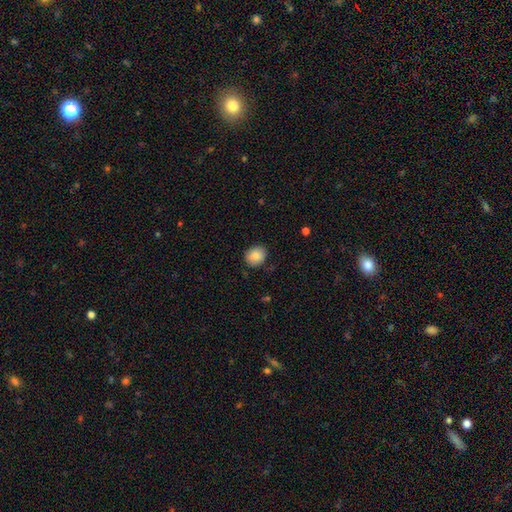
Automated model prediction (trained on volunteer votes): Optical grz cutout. It shows a smooth galaxy with no disk features (86%) that is round (70%). Merging: none (85%).